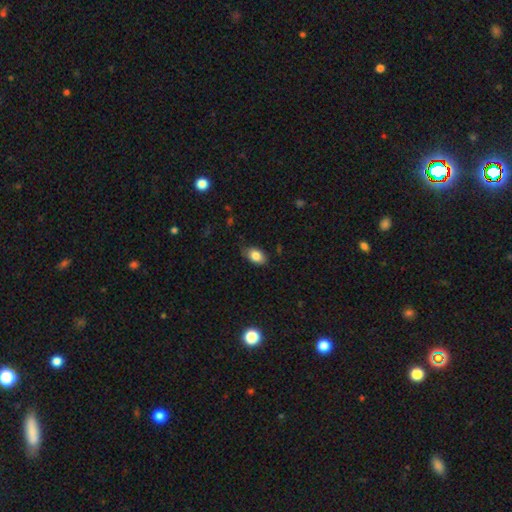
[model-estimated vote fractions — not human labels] smooth-or-featured: smooth: 83% | featured or disk: 9% | star or artifact: 8%
  how-rounded: in between: 89% | round: 10% | cigar-shaped: 2%
  merging: none: 79% | minor disturbance: 17% | major disturbance: 3% | merger: 1%